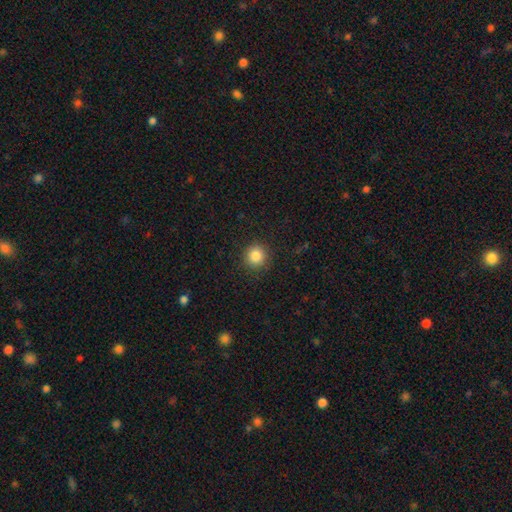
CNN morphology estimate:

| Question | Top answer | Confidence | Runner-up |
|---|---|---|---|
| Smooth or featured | smooth | 85% | star or artifact (11%) |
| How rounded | round | 93% | in between (6%) |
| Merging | none | 91% | minor disturbance (6%) |